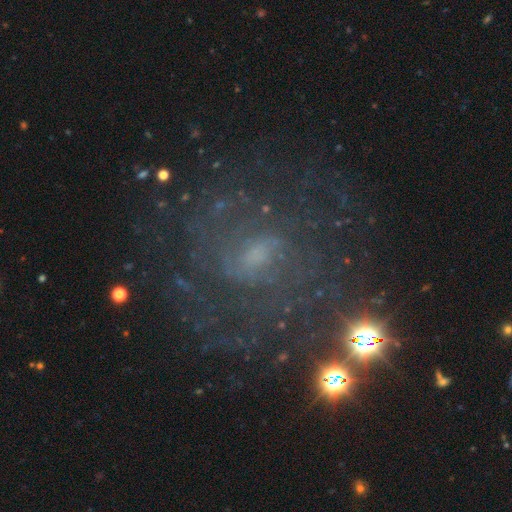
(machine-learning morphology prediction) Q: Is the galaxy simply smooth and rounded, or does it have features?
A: featured or disk — 75%.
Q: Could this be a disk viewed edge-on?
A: no — 97%.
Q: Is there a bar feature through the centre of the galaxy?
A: weak — 53%.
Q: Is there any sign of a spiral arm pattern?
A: yes — 89%.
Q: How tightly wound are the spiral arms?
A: tight — 46%.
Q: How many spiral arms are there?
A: can't tell — 44%.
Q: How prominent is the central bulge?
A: small — 47%.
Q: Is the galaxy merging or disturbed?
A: none — 70%.